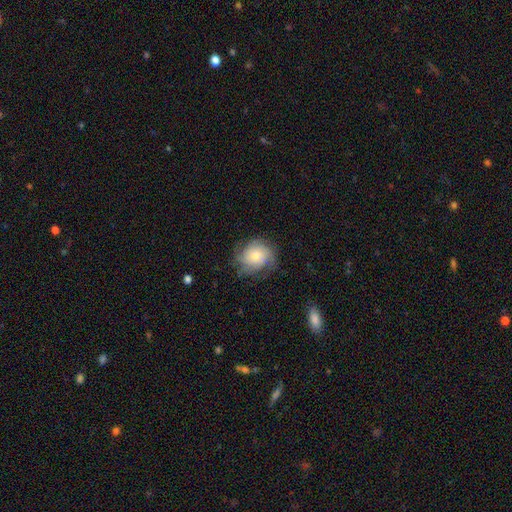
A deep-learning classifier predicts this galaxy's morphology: This appears to be a featured or disk galaxy (49%). Merging: none (67%).